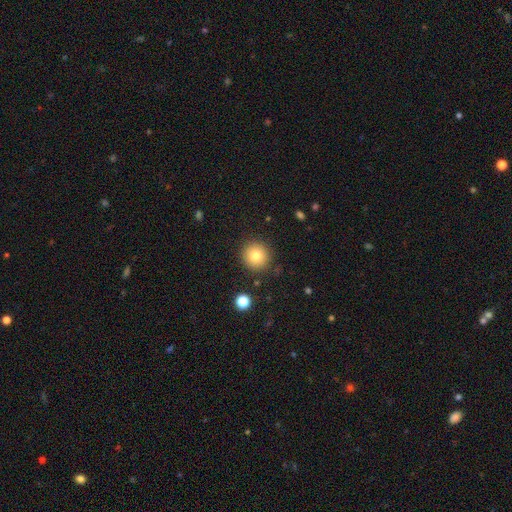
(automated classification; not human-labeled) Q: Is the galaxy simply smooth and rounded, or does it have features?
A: smooth — 78%.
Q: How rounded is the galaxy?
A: round — 95%.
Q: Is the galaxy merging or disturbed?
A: none — 89%.